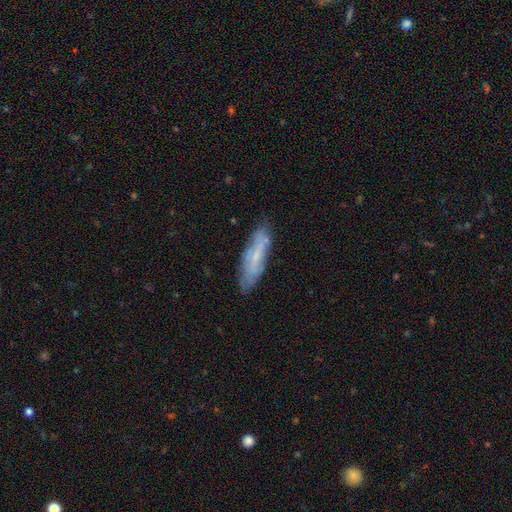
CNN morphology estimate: Q: Smooth or featured?
A: featured or disk (52%); runner-up: smooth (40%)
Q: Edge-on disk?
A: no (64%); runner-up: yes (36%)
Q: Merging?
A: none (75%); runner-up: minor disturbance (18%)